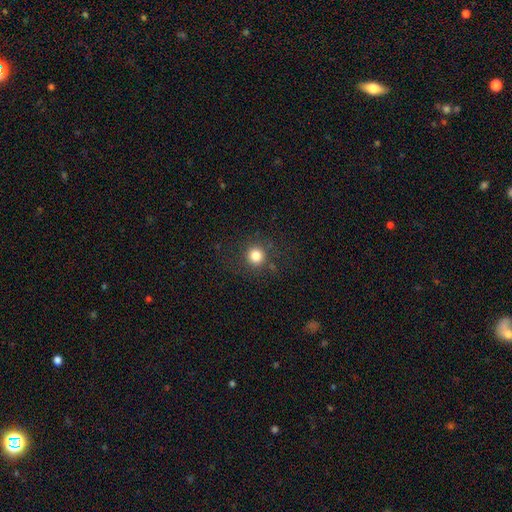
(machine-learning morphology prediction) type=smooth (81%); roundness=round (93%); merging=none (84%).